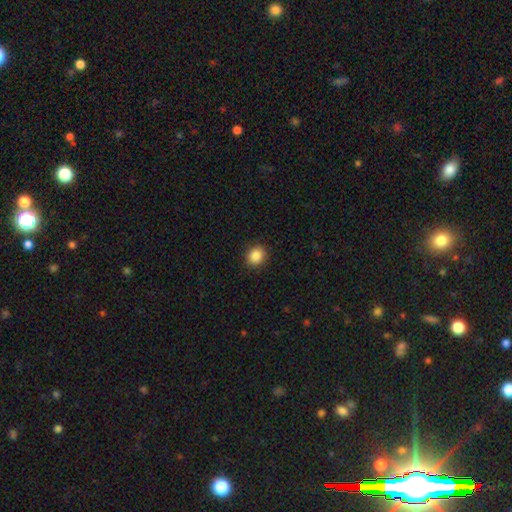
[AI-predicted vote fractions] This appears to be a smooth galaxy with no disk features (87%) that is round (77%). Merging: none (91%).